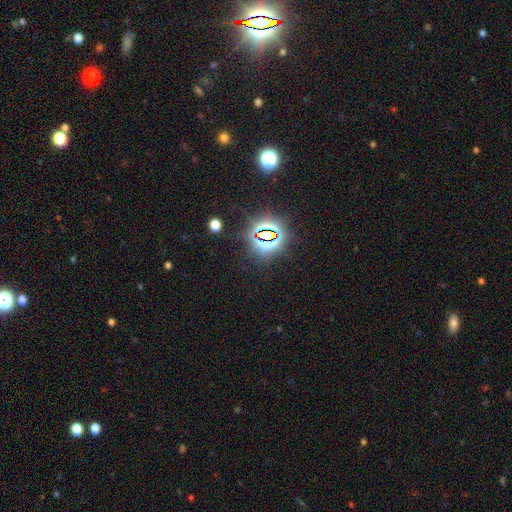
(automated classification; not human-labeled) This appears to be a star or artifact, not a galaxy (83%).